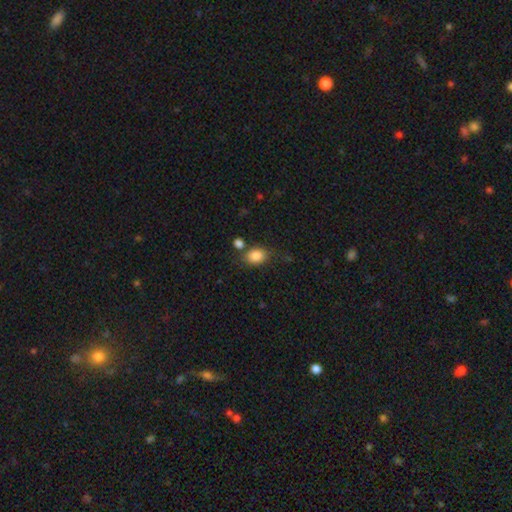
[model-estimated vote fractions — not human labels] A smooth galaxy with no disk features (85%) that is in between round and cigar-shaped (63%). Merging: none (67%).